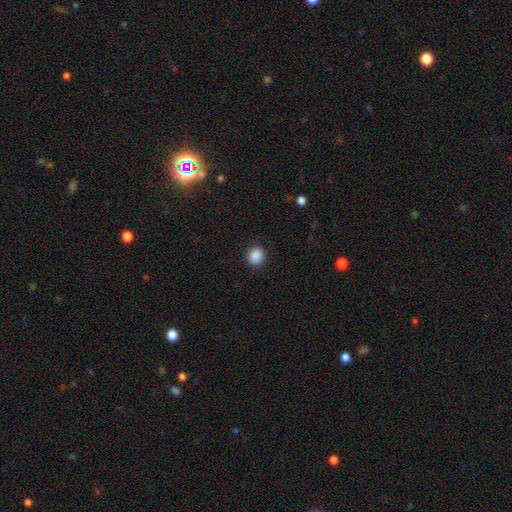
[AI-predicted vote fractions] A smooth galaxy with no disk features (88%) that is round (89%).

Vote fractions:
- Smooth or featured? smooth: 88% / star or artifact: 9% / featured or disk: 3%
- How rounded? round: 89% / in between: 10% / cigar-shaped: 1%
- Merging? none: 91% / minor disturbance: 6% / major disturbance: 2% / merger: 1%